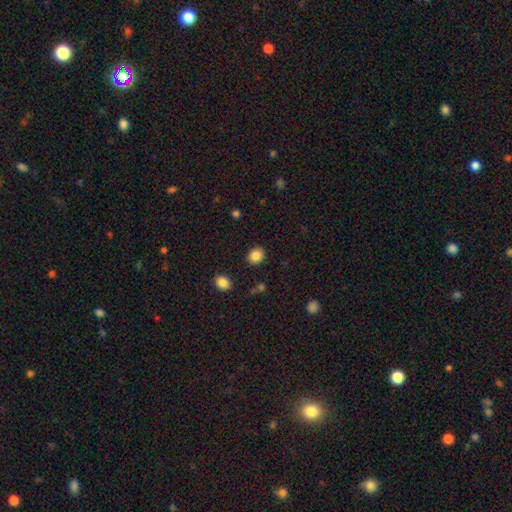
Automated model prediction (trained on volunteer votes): Q: Smooth or featured?
A: smooth (85%); runner-up: star or artifact (10%)
Q: How rounded?
A: round (70%); runner-up: in between (29%)
Q: Merging?
A: none (89%); runner-up: minor disturbance (7%)